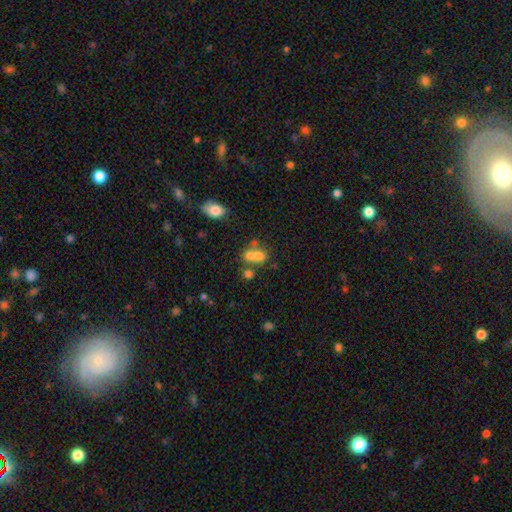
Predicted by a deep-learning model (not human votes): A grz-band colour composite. It shows a smooth galaxy with no disk features (66%) that is round (51%). Merging: merger (58%).